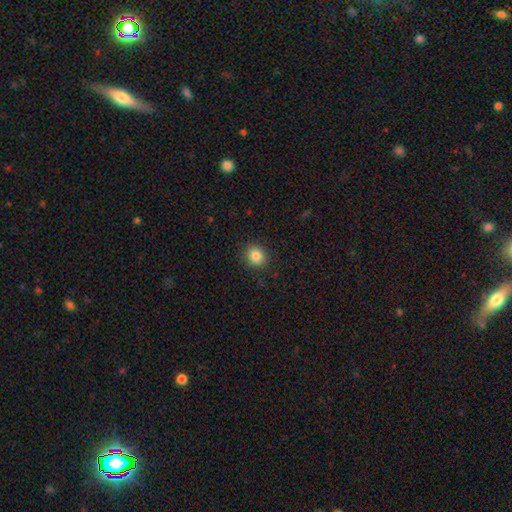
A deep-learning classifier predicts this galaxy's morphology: This appears to be a smooth galaxy with no disk features (84%) that is round (76%). Merging: none (90%).